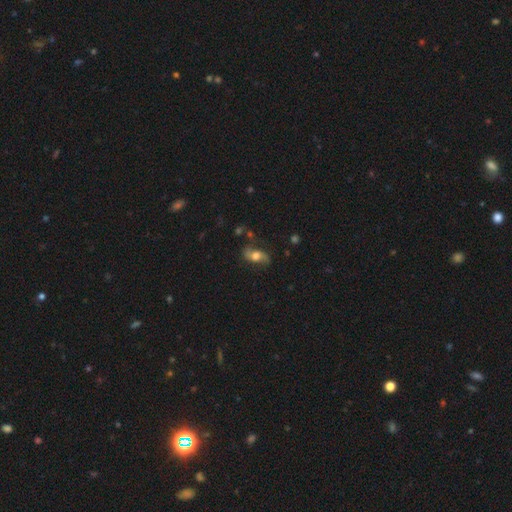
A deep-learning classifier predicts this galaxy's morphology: Smooth or featured? featured or disk (58%)
Edge-on disk? no (87%)
Bar? no (63%)
Spiral arms? yes (85%)
Bulge size? moderate (54%)
Merging? none (67%)